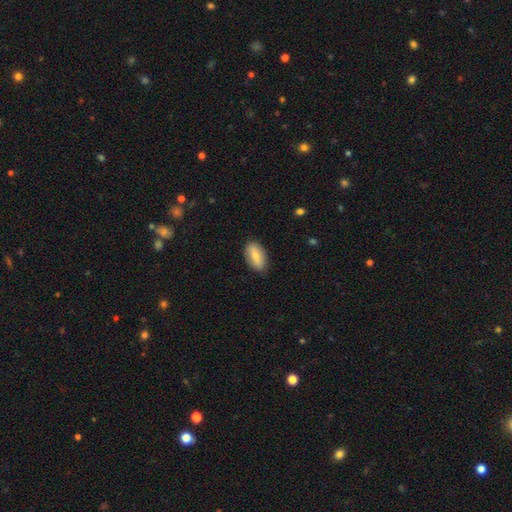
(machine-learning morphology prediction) Smooth or featured: smooth — 69% (featured or disk — 25%)
How rounded: in between — 90% (cigar-shaped — 6%)
Merging: none — 84% (minor disturbance — 12%)